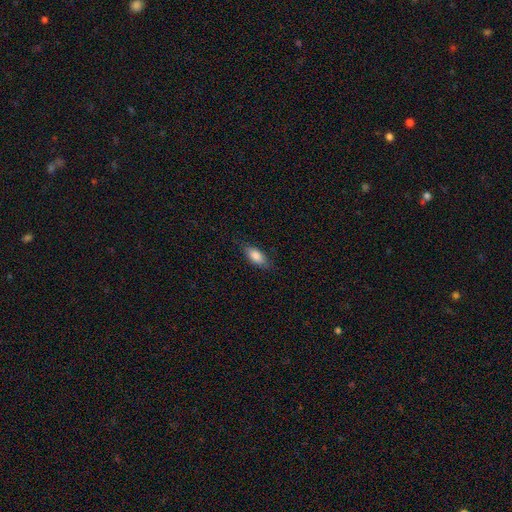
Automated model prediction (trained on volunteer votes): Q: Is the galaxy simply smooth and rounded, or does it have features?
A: smooth — 82%.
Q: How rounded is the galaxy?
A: in between — 83%.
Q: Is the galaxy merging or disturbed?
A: none — 80%.